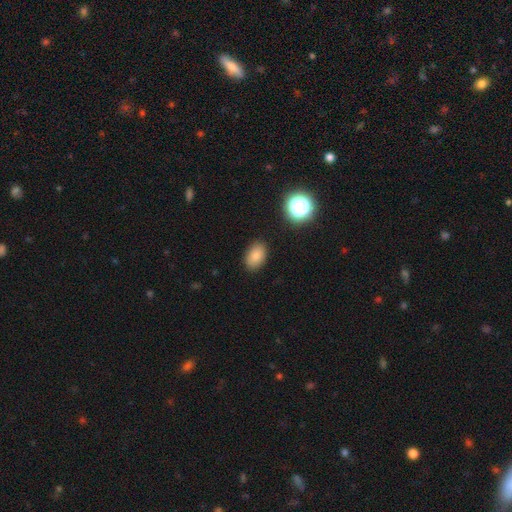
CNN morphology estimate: smooth-or-featured: smooth: 83% | star or artifact: 11% | featured or disk: 6%
  how-rounded: in between: 85% | round: 13% | cigar-shaped: 1%
  merging: none: 86% | minor disturbance: 10% | major disturbance: 3% | merger: 1%